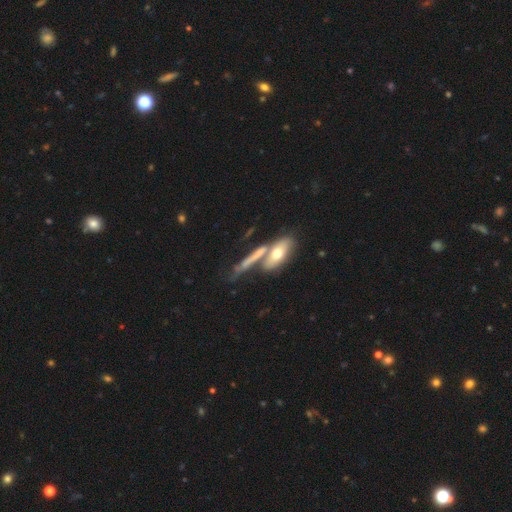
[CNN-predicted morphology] smooth-or-featured: smooth: 48% | featured or disk: 44% | star or artifact: 8%
  merging: none: 39% | merger: 37% | minor disturbance: 15% | major disturbance: 9%